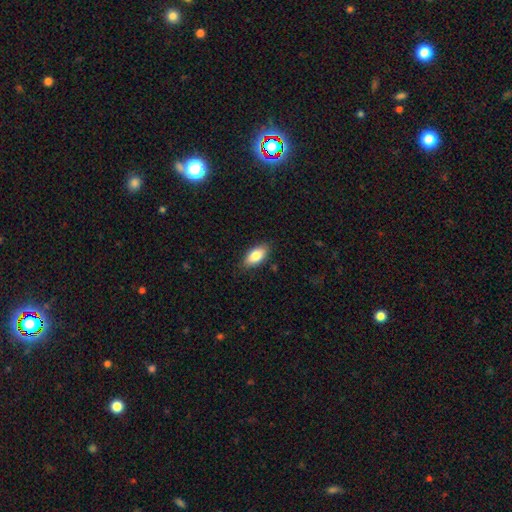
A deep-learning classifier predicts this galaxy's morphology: Q: Smooth or featured?
A: smooth (83%); runner-up: featured or disk (10%)
Q: How rounded?
A: in between (91%); runner-up: cigar-shaped (6%)
Q: Merging?
A: none (85%); runner-up: minor disturbance (11%)